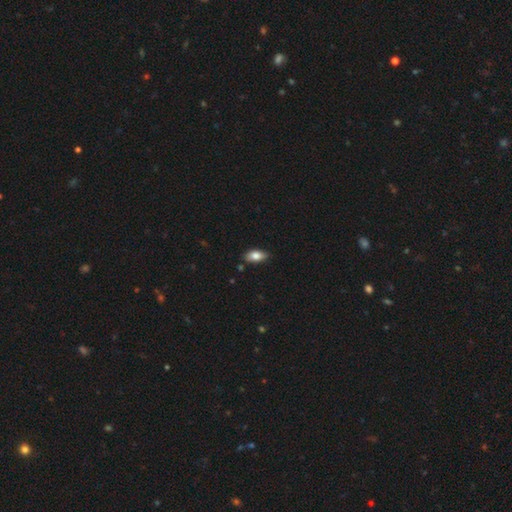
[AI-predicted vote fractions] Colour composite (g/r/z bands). It shows a smooth galaxy with no disk features (80%) that is in between round and cigar-shaped (89%). Merging: none (83%).